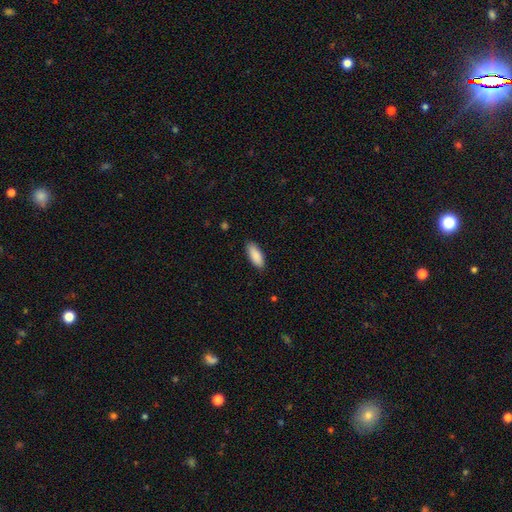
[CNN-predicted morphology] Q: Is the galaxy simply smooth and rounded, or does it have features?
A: smooth — 90%.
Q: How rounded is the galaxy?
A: in between — 79%.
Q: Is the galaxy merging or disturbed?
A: none — 86%.